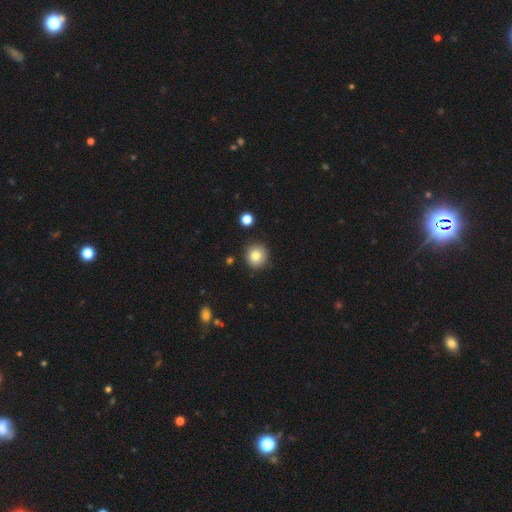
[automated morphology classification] Smooth or featured?
  - smooth: 82% *
  - star or artifact: 10%
  - featured or disk: 8%
How rounded?
  - round: 92% *
  - in between: 7%
  - cigar-shaped: 1%
Merging?
  - none: 88% *
  - minor disturbance: 7%
  - merger: 2%
  - major disturbance: 2%